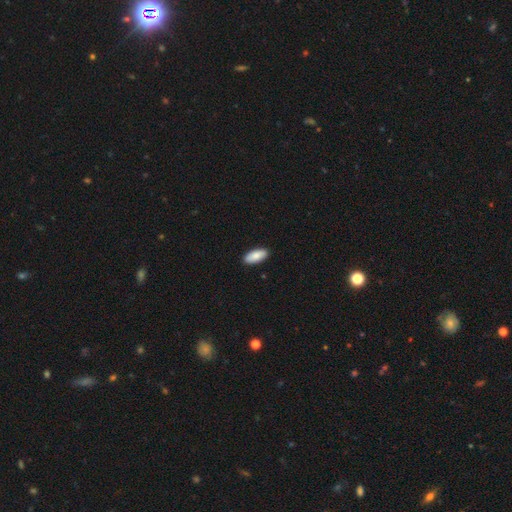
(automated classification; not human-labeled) Smooth or featured? Predicted: smooth (p=0.86). How rounded? Predicted: in between (p=0.87). Merging? Predicted: none (p=0.91).